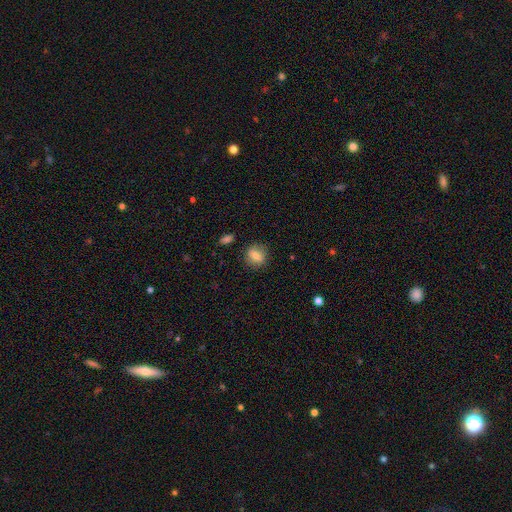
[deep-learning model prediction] A smooth galaxy with no disk features (72%) that is round (62%).

Vote fractions:
- Smooth or featured? smooth: 72% / featured or disk: 19% / star or artifact: 9%
- How rounded? round: 62% / in between: 35% / cigar-shaped: 3%
- Merging? none: 84% / minor disturbance: 11% / major disturbance: 3% / merger: 2%